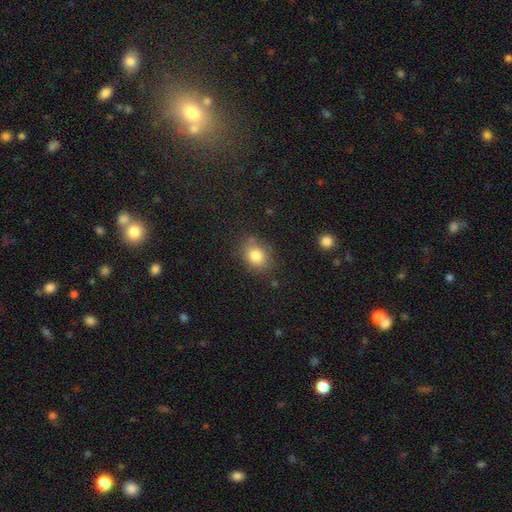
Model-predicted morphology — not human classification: The model was most divided on "how rounded": round: 55%, in between: 44%, cigar-shaped: 1%. More confident: smooth or featured — smooth (81%); merging — none (76%).